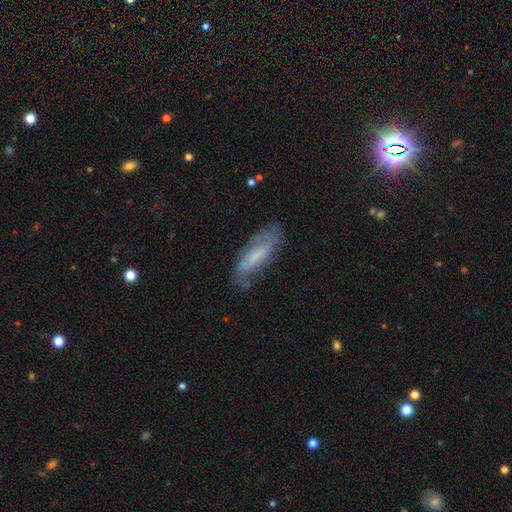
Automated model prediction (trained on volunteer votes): Smooth or featured? Predicted: smooth (p=0.48). Merging? Predicted: none (p=0.63).